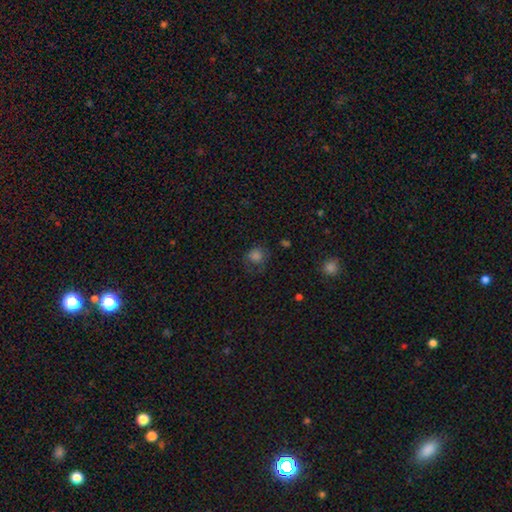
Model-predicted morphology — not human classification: Q: Smooth or featured?
A: smooth (77%); runner-up: star or artifact (16%)
Q: How rounded?
A: round (82%); runner-up: in between (17%)
Q: Merging?
A: none (62%); runner-up: minor disturbance (23%)